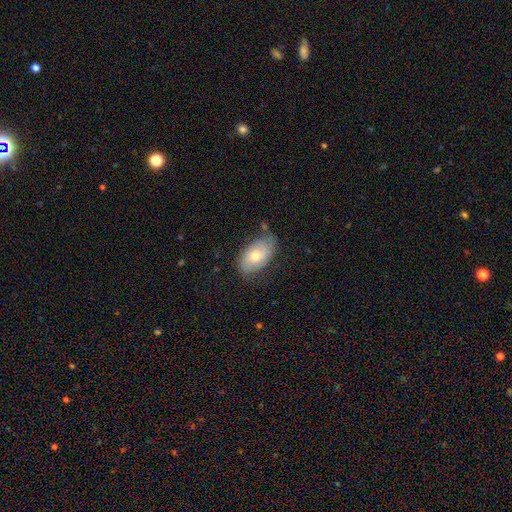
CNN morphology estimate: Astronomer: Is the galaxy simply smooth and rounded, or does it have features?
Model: smooth — 58% (runner-up: featured or disk, 35%).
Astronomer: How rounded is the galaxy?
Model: in between — 92%.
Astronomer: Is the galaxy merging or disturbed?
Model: none — 63%.